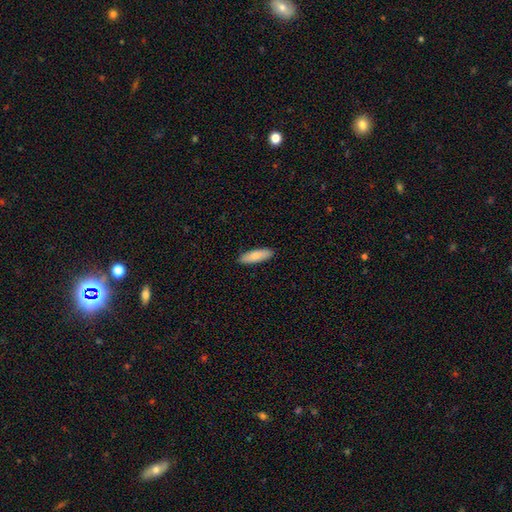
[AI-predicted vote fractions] Q: Smooth or featured?
A: smooth (84%); runner-up: featured or disk (11%)
Q: How rounded?
A: cigar-shaped (52%); runner-up: in between (46%)
Q: Merging?
A: none (91%); runner-up: minor disturbance (7%)